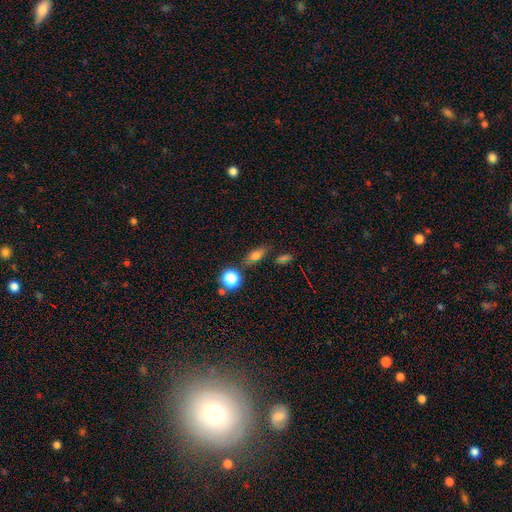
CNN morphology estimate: Smooth or featured? Predicted: smooth (p=0.69). How rounded? Predicted: in between (p=0.67). Merging? Predicted: none (p=0.75).